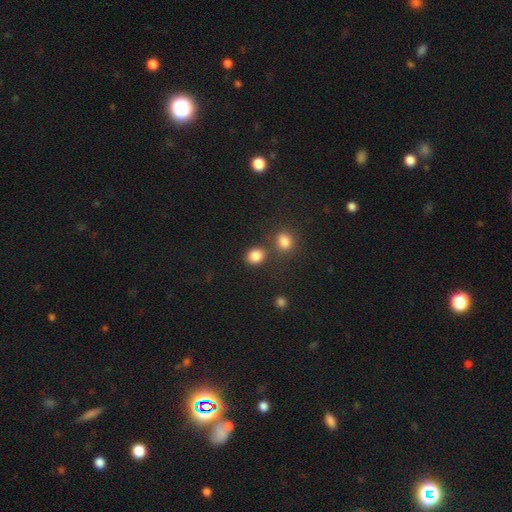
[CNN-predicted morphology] This is clearly a smooth galaxy (84%). How rounded: possibly round (59%). Merging: likely none (70%).